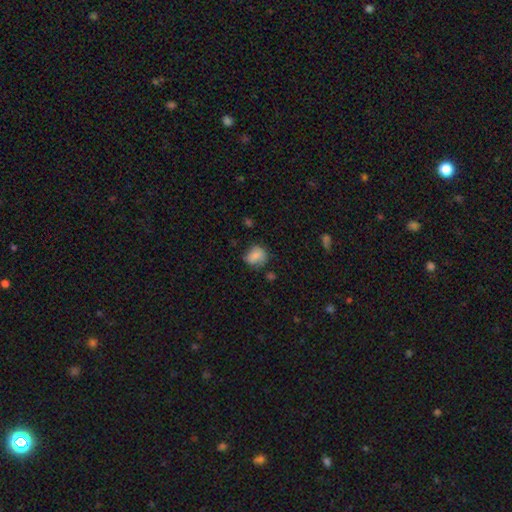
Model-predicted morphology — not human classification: The model was most divided on "how rounded": round: 61%, in between: 38%, cigar-shaped: 1%. More confident: smooth or featured — smooth (77%); merging — none (58%).